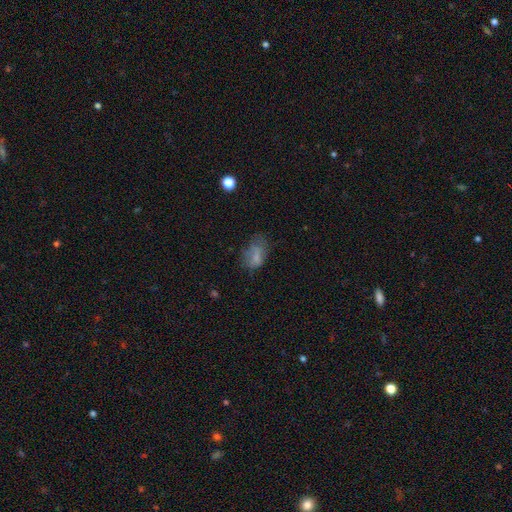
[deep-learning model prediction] A smooth galaxy with no disk features (65%) that is in between round and cigar-shaped (86%).

Vote fractions:
- Smooth or featured? smooth: 65% / featured or disk: 21% / star or artifact: 14%
- How rounded? in between: 86% / round: 12% / cigar-shaped: 3%
- Merging? none: 42% / minor disturbance: 29% / major disturbance: 26% / merger: 3%